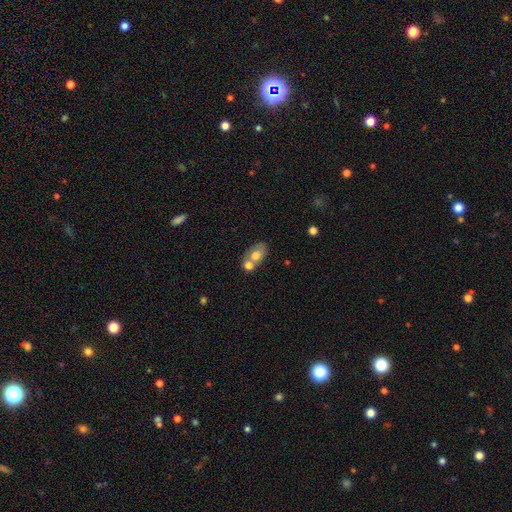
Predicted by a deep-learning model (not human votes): The model was most divided on "merging": merger: 47%, none: 35%, minor disturbance: 12%, major disturbance: 6%. More confident: how rounded — in between (78%); smooth or featured — smooth (66%).